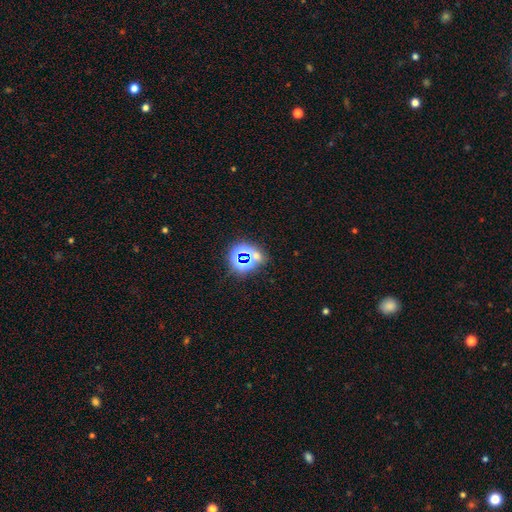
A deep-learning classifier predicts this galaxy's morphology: Smooth or featured: star or artifact — 66% (smooth — 25%)